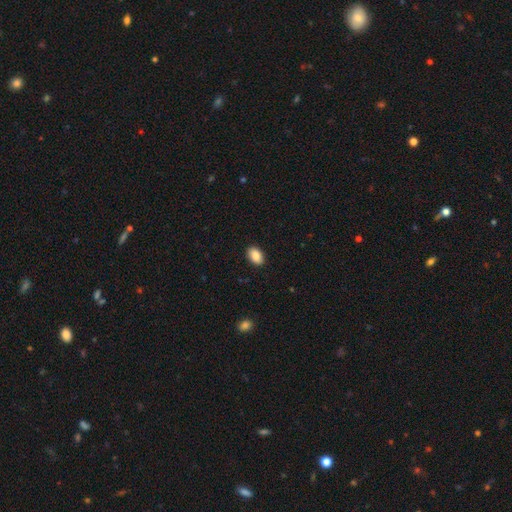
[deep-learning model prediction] Overall: smooth (87%). How rounded: in between (89%). Merging: none (89%).